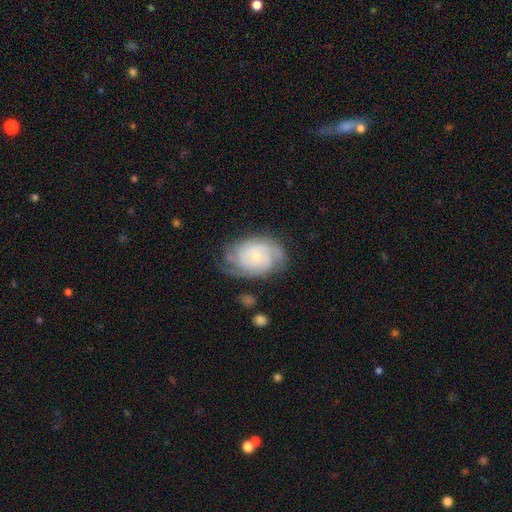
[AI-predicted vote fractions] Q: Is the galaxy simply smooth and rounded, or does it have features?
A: featured or disk — 81%.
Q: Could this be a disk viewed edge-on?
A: no — 97%.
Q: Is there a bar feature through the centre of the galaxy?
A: no — 69%.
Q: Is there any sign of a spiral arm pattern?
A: yes — 95%.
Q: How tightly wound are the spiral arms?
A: tight — 65%.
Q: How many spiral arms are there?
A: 2 — 34%.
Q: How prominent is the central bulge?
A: small — 68%.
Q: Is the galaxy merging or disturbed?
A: none — 64%.